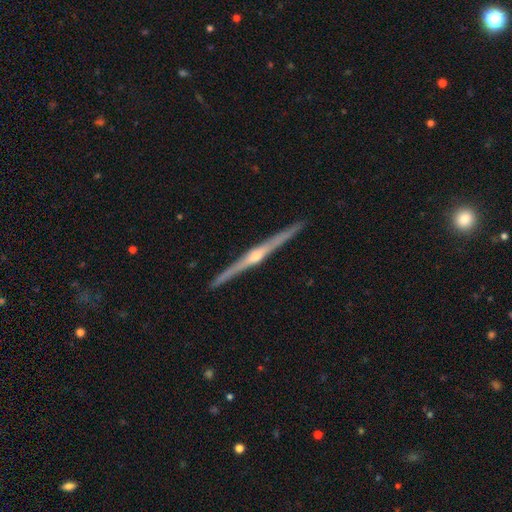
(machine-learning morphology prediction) The model was most divided on "smooth or featured": featured or disk: 84%, smooth: 11%, star or artifact: 5%. More confident: edge-on disk — yes (98%); merging — none (92%); edge-on bulge — rounded (88%).